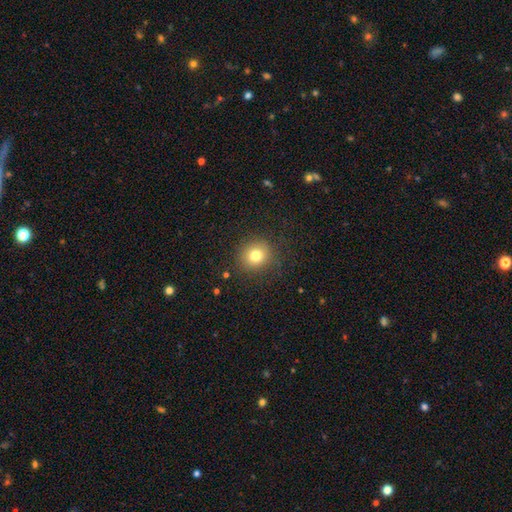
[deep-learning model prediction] smooth-or-featured: smooth: 78% | star or artifact: 13% | featured or disk: 8%
  how-rounded: round: 85% | in between: 14% | cigar-shaped: 1%
  merging: none: 87% | minor disturbance: 8% | major disturbance: 4% | merger: 1%